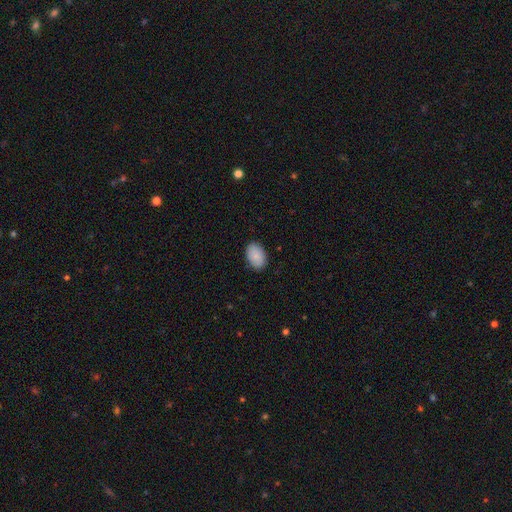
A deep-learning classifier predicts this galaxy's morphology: The model was most divided on "merging": none: 87%, minor disturbance: 10%, major disturbance: 2%, merger: 1%. More confident: how rounded — in between (90%); smooth or featured — smooth (87%).